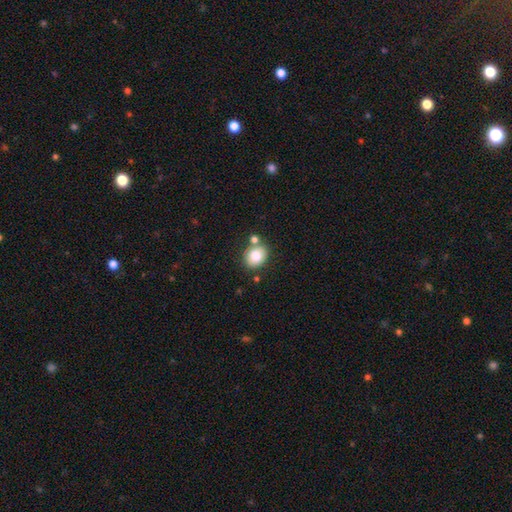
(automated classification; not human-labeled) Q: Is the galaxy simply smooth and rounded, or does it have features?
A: smooth — 79%.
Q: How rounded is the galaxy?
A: round — 53%.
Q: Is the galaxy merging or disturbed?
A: none — 69%.